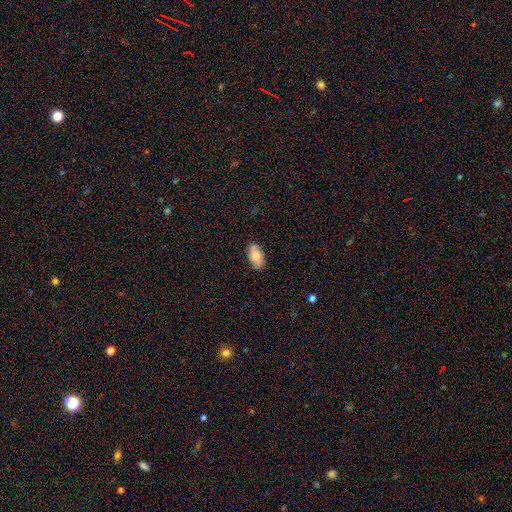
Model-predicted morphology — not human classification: smooth_or_featured: smooth (p=0.69) [alt: featured or disk p=0.24]
how_rounded: in between (p=0.93) [alt: round p=0.04]
merging: none (p=0.83) [alt: minor disturbance p=0.13]